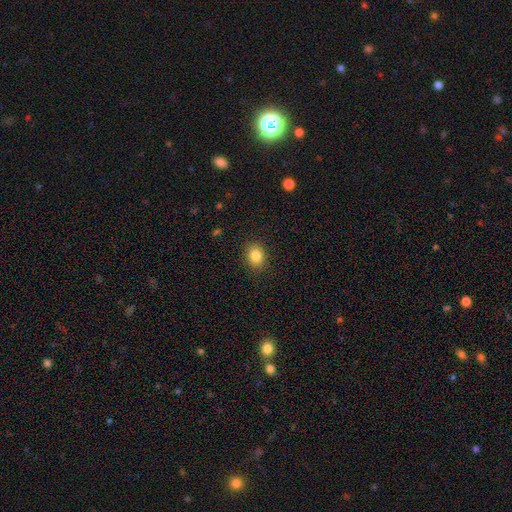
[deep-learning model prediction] Smooth or featured? Predicted: smooth (p=0.84). How rounded? Predicted: in between (p=0.51). Merging? Predicted: none (p=0.88).